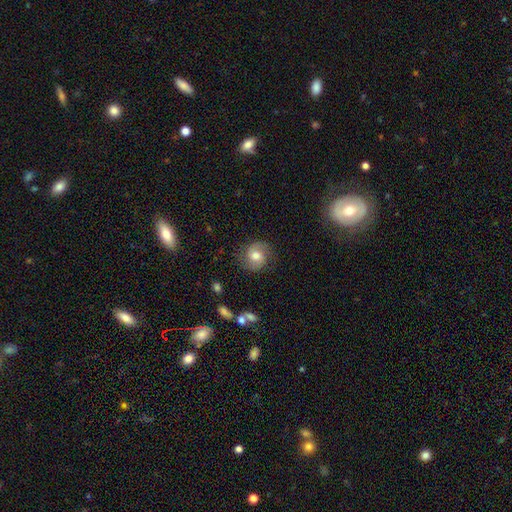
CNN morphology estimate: smooth_or_featured: featured or disk (p=0.59) [alt: smooth p=0.33]
disk_edge_on: no (p=0.97) [alt: yes p=0.03]
bar: no (p=0.55) [alt: weak p=0.38]
has_spiral_arms: yes (p=0.91) [alt: no p=0.09]
spiral_winding: medium (p=0.50) [alt: tight p=0.26]
spiral_arm_count: 2 (p=0.89) [alt: can't tell p=0.06]
bulge_size: moderate (p=0.69) [alt: large p=0.16]
merging: none (p=0.80) [alt: minor disturbance p=0.14]